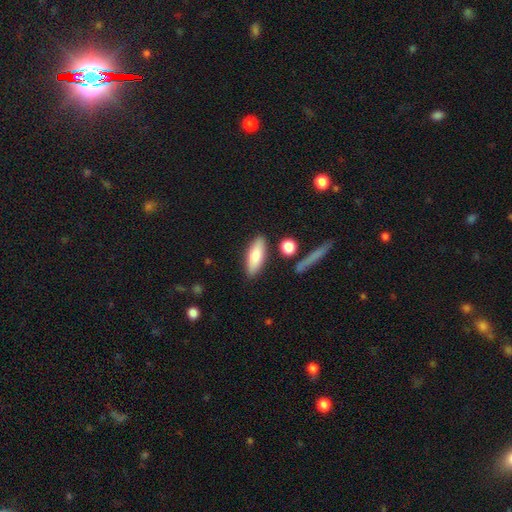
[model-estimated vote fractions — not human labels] Smooth or featured? Predicted: smooth (p=0.78). How rounded? Predicted: in between (p=0.64). Merging? Predicted: none (p=0.82).